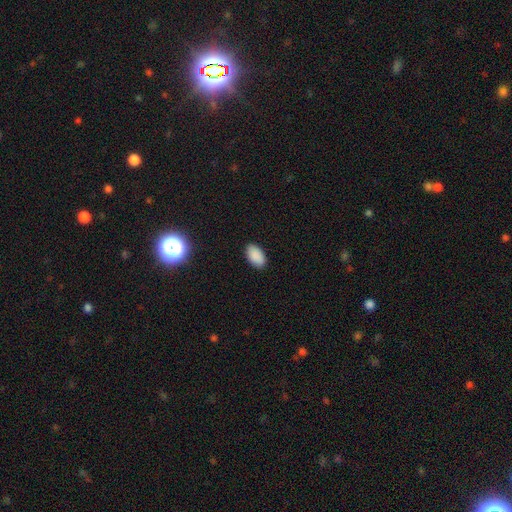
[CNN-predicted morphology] A smooth galaxy with no disk features (89%) that is in between round and cigar-shaped (94%).

Vote fractions:
- Smooth or featured? smooth: 89% / star or artifact: 8% / featured or disk: 3%
- How rounded? in between: 94% / round: 4% / cigar-shaped: 1%
- Merging? none: 89% / minor disturbance: 9% / major disturbance: 2% / merger: 1%